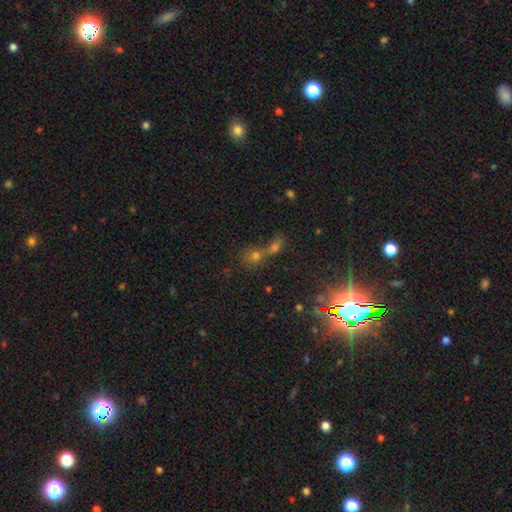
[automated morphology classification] type=star or artifact (70%).